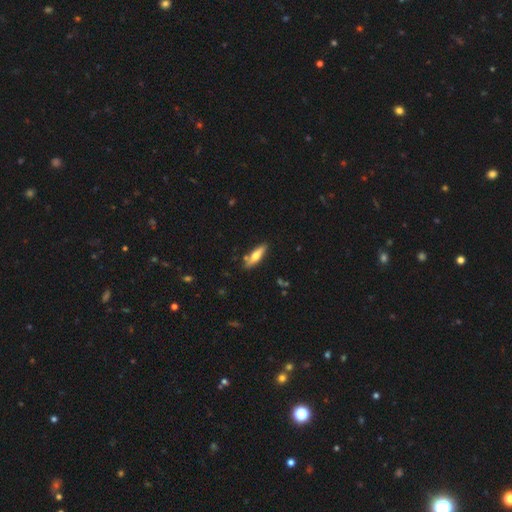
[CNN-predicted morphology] smooth-or-featured: smooth: 57% | featured or disk: 37% | star or artifact: 6%
  how-rounded: cigar-shaped: 64% | in between: 34% | round: 2%
  merging: none: 82% | minor disturbance: 12% | merger: 4% | major disturbance: 2%